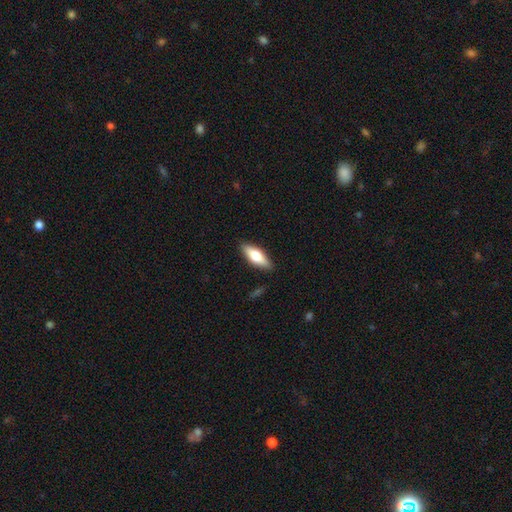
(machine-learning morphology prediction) Smooth or featured?
  - smooth: 60% *
  - featured or disk: 35%
  - star or artifact: 6%
How rounded?
  - in between: 63% *
  - cigar-shaped: 34%
  - round: 2%
Merging?
  - none: 88% *
  - minor disturbance: 9%
  - major disturbance: 2%
  - merger: 1%